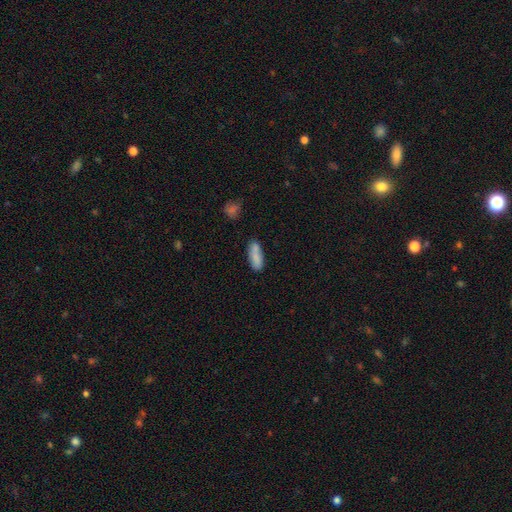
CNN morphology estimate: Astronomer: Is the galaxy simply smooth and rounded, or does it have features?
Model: smooth — 83%.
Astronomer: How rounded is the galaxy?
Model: in between — 62%.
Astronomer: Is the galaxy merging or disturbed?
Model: none — 64%.